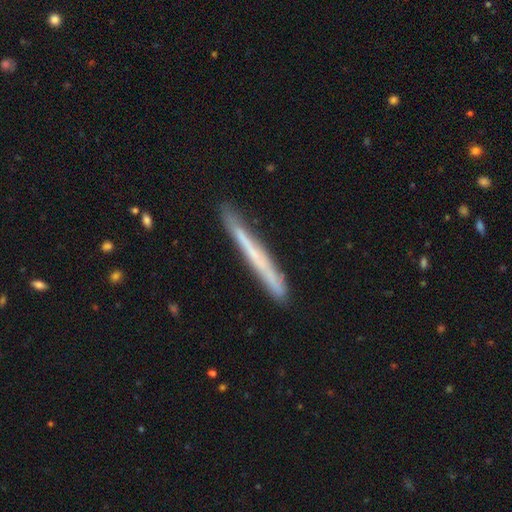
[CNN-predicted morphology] Smooth or featured: featured or disk — 50% (smooth — 43%)
Edge-on disk: yes — 93% (no — 7%)
Merging: none — 83% (minor disturbance — 13%)